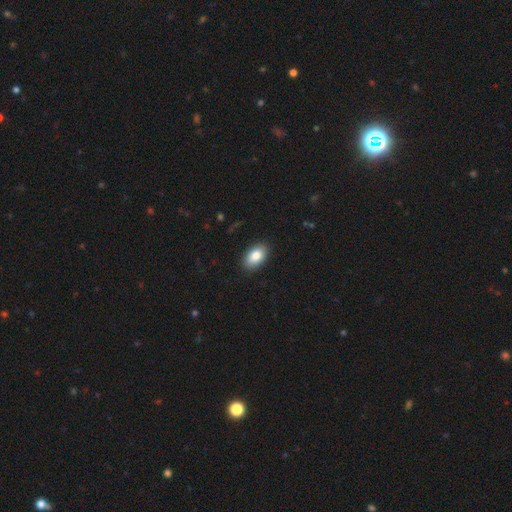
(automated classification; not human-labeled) This is clearly a smooth galaxy (85%). How rounded: clearly in between (92%). Merging: clearly none (89%).